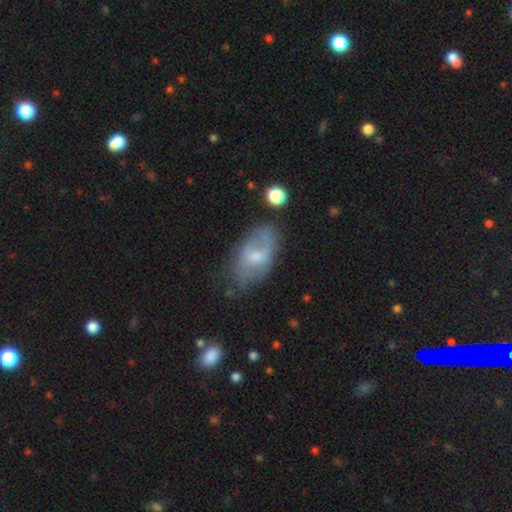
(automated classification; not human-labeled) This is possibly a featured or disk galaxy (47%). Merging: possibly none (53%).